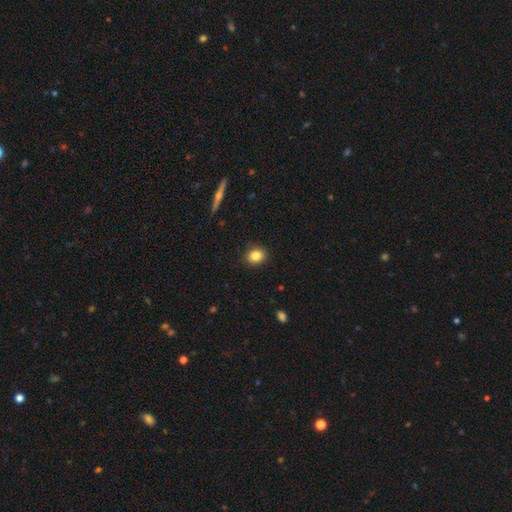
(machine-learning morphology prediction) Q: Smooth or featured?
A: smooth (84%); runner-up: star or artifact (9%)
Q: How rounded?
A: round (61%); runner-up: in between (38%)
Q: Merging?
A: none (89%); runner-up: minor disturbance (8%)